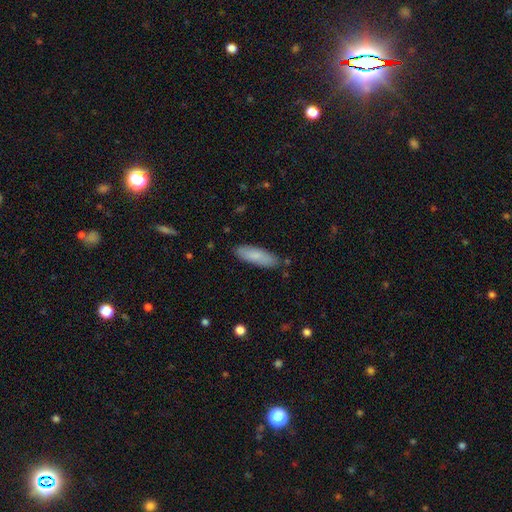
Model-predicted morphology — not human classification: Q: Smooth or featured?
A: smooth (83%); runner-up: featured or disk (11%)
Q: How rounded?
A: cigar-shaped (49%); tied with: in between (49%)
Q: Merging?
A: none (85%); runner-up: minor disturbance (11%)